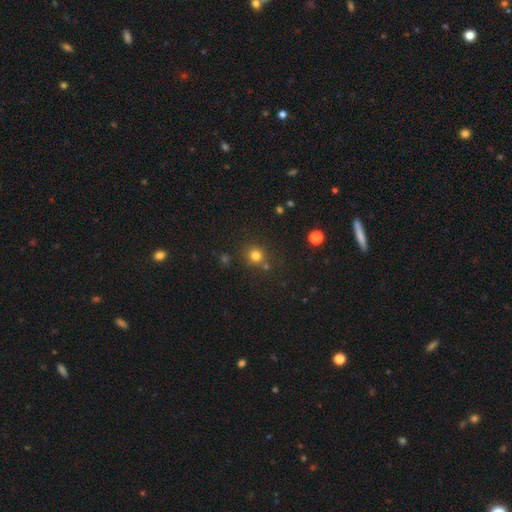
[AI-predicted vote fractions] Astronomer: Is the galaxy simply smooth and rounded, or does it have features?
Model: smooth — 78%.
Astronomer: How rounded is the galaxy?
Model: round — 89%.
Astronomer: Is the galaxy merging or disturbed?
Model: none — 75%.